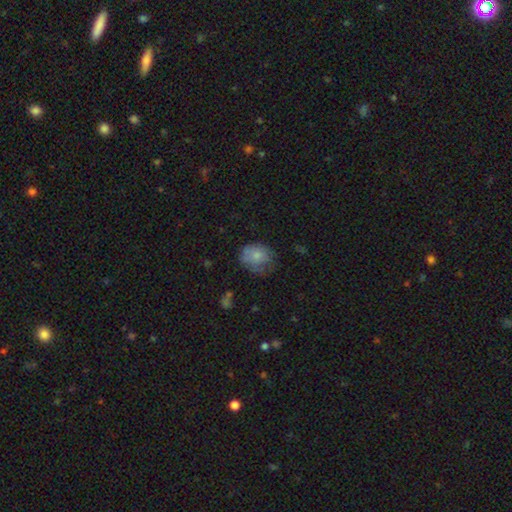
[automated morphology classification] smooth 76%, featured or disk 15%, star or artifact 9%. Down the decision tree: how rounded — round (62%); merging — none (54%).